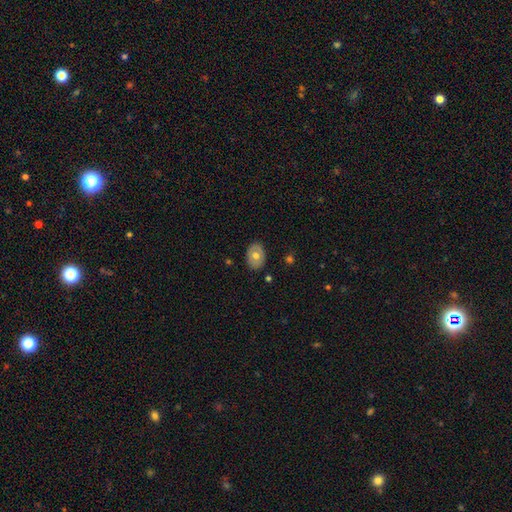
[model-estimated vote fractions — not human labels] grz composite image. It shows a smooth galaxy with no disk features (59%) that is in between round and cigar-shaped (74%). Merging: none (85%).